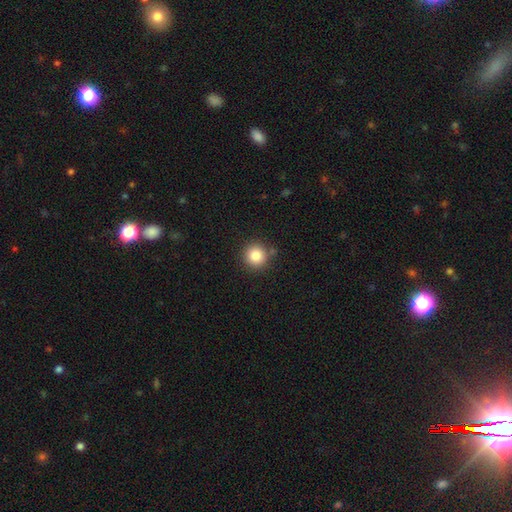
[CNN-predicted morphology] smooth-or-featured: smooth: 85% | star or artifact: 10% | featured or disk: 5%
  how-rounded: round: 94% | in between: 5% | cigar-shaped: 1%
  merging: none: 84% | minor disturbance: 9% | merger: 4% | major disturbance: 3%